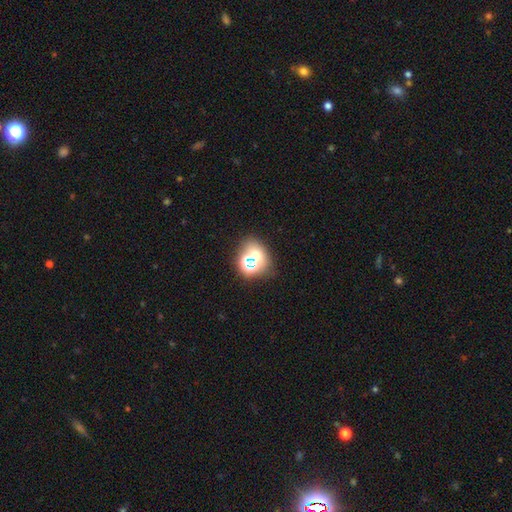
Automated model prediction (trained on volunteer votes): Smooth or featured: smooth — 50% (star or artifact — 34%)
Merging: none — 63% (merger — 20%)